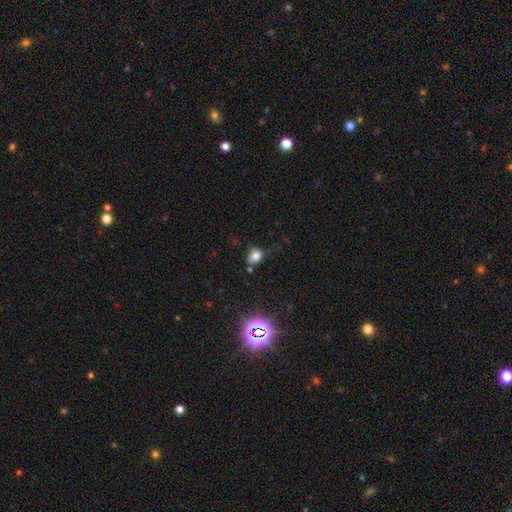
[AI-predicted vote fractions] Morphology: type=smooth (75%); roundness=round (58%); merging=none (55%).